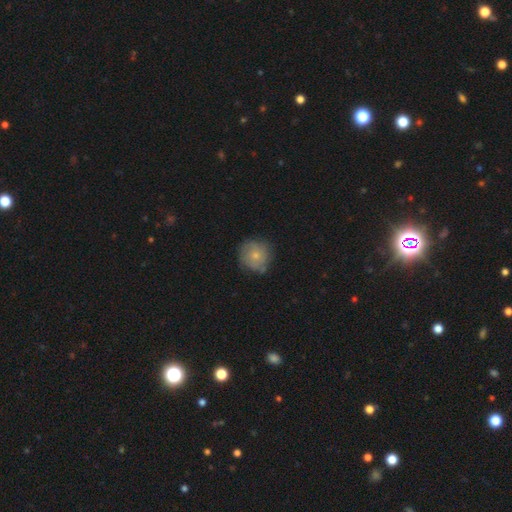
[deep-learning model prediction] This is possibly a smooth galaxy (60%). How rounded: clearly round (92%). Merging: likely none (72%).